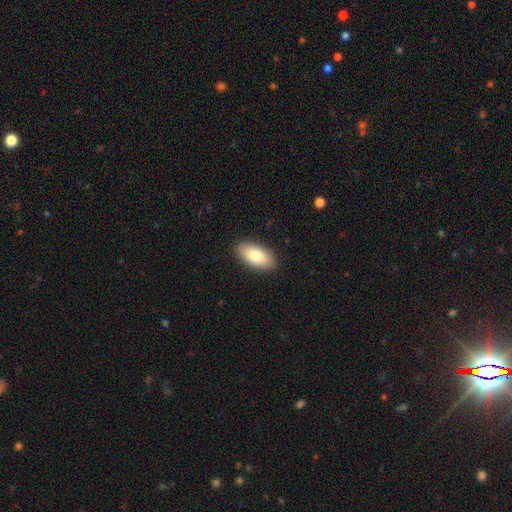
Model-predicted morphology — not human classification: Smooth or featured?
  - smooth: 81% *
  - featured or disk: 13%
  - star or artifact: 6%
How rounded?
  - in between: 92% *
  - cigar-shaped: 6%
  - round: 3%
Merging?
  - none: 89% *
  - minor disturbance: 8%
  - major disturbance: 2%
  - merger: 1%